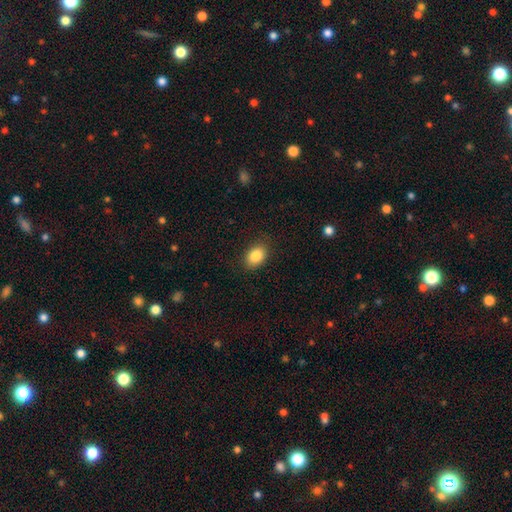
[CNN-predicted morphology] Smooth or featured? smooth (87%)
How rounded? in between (78%)
Merging? none (86%)